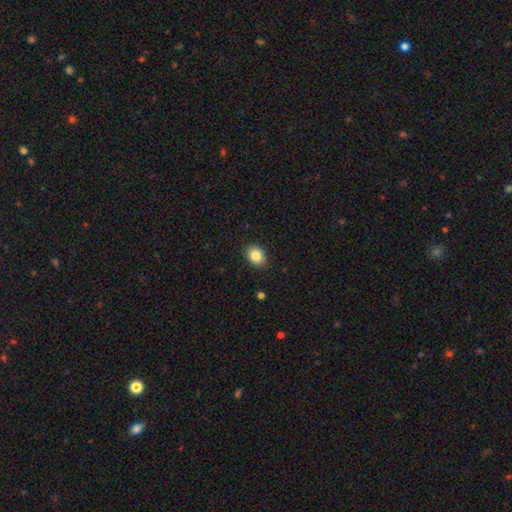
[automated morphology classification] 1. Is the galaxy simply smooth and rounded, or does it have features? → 86% smooth, 8% star or artifact, 6% featured or disk.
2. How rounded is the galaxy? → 63% in between, 36% round, 1% cigar-shaped.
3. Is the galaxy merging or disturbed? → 89% none, 8% minor disturbance, 2% major disturbance, 1% merger.